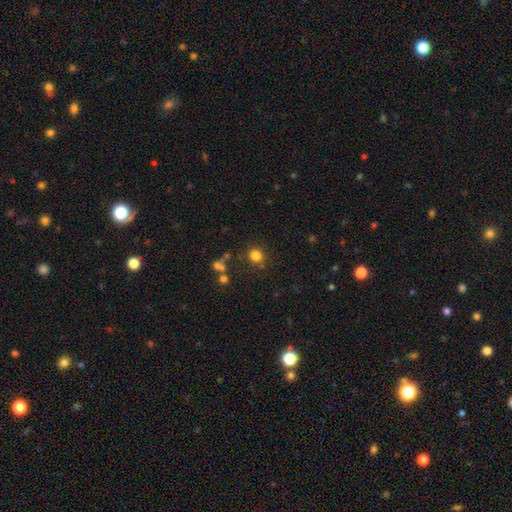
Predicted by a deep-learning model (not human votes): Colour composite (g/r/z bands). It shows a smooth galaxy with no disk features (81%) that is round (81%). Merging: none (82%).